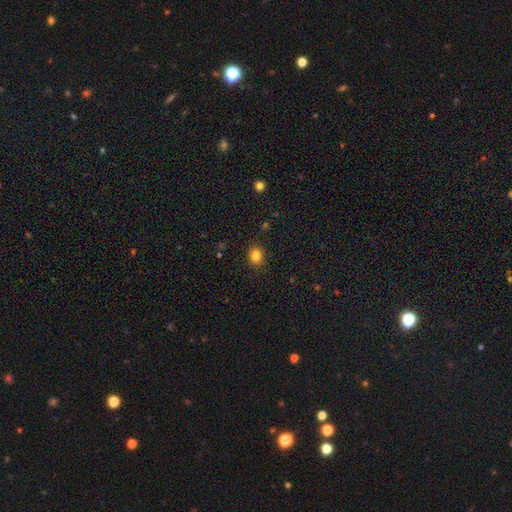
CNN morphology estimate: A smooth galaxy with no disk features (83%) that is round (67%).

Vote fractions:
- Smooth or featured? smooth: 83% / star or artifact: 12% / featured or disk: 5%
- How rounded? round: 67% / in between: 33% / cigar-shaped: 1%
- Merging? none: 88% / minor disturbance: 8% / major disturbance: 2% / merger: 1%